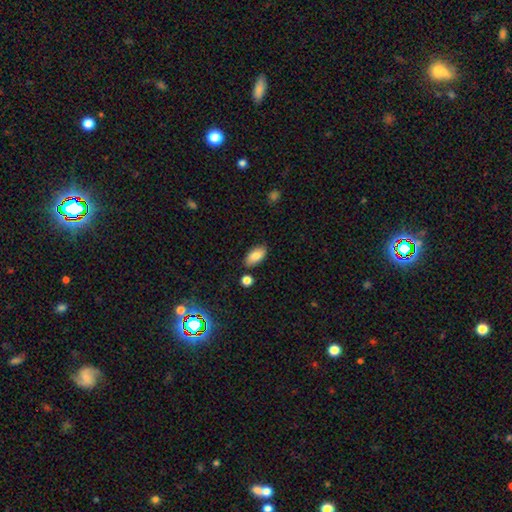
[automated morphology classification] This is clearly a smooth galaxy (83%). How rounded: clearly in between (91%). Merging: clearly none (83%).